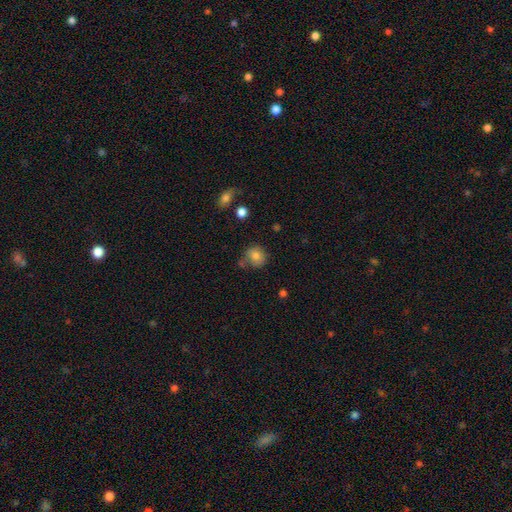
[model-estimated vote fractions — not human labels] Smooth or featured? Predicted: smooth (p=0.79). How rounded? Predicted: round (p=0.83). Merging? Predicted: none (p=0.65).